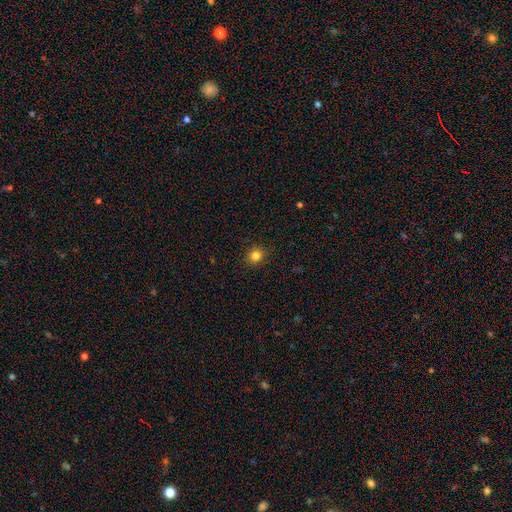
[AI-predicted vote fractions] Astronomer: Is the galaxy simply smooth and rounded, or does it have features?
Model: smooth — 83%.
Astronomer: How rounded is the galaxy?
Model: round — 83%.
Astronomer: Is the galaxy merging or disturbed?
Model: none — 91%.